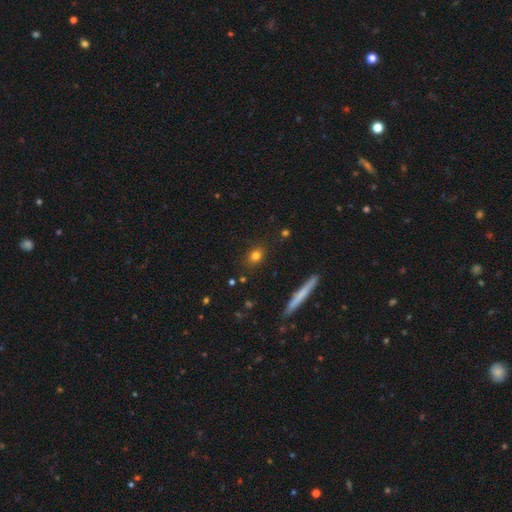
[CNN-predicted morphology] smooth_or_featured: smooth (p=0.78) [alt: star or artifact p=0.12]
how_rounded: round (p=0.50) [alt: in between p=0.45]
merging: none (p=0.86) [alt: minor disturbance p=0.09]